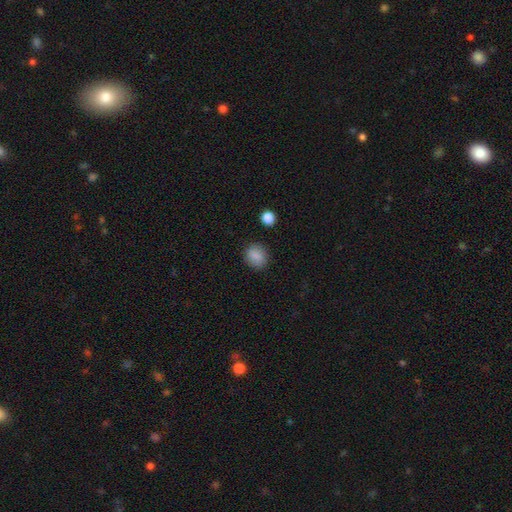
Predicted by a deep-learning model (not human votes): Smooth or featured? smooth (86%)
How rounded? round (71%)
Merging? none (86%)